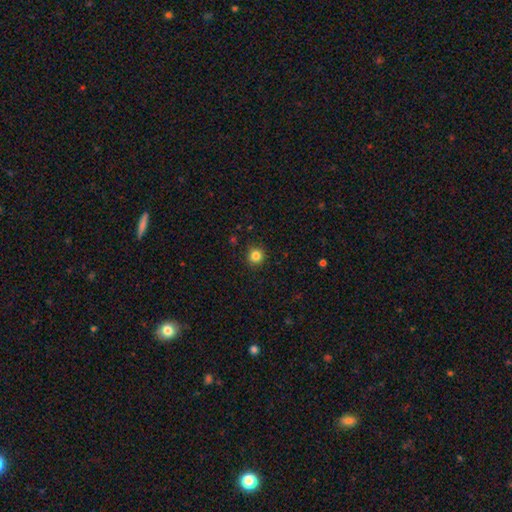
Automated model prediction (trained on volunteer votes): Smooth or featured? Predicted: smooth (p=0.84). How rounded? Predicted: round (p=0.93). Merging? Predicted: none (p=0.91).